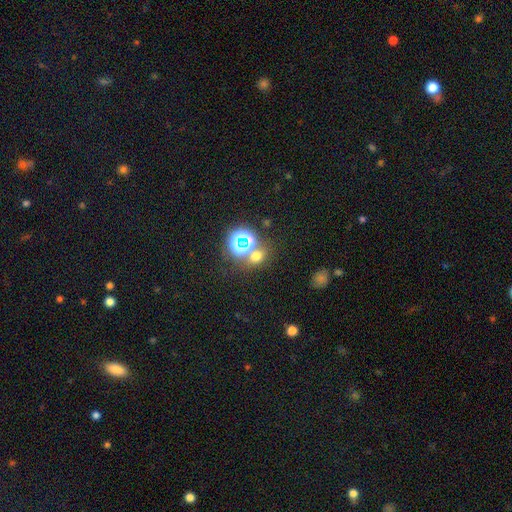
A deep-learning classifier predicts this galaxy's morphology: Overall: smooth (53%; star or artifact 39%). How rounded: round (65%; in between 33%). Merging: none (68%).